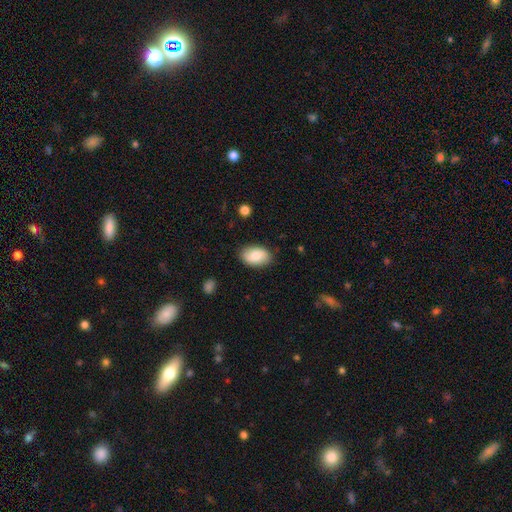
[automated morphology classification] Smooth or featured? Predicted: smooth (p=0.81). How rounded? Predicted: in between (p=0.92). Merging? Predicted: none (p=0.86).